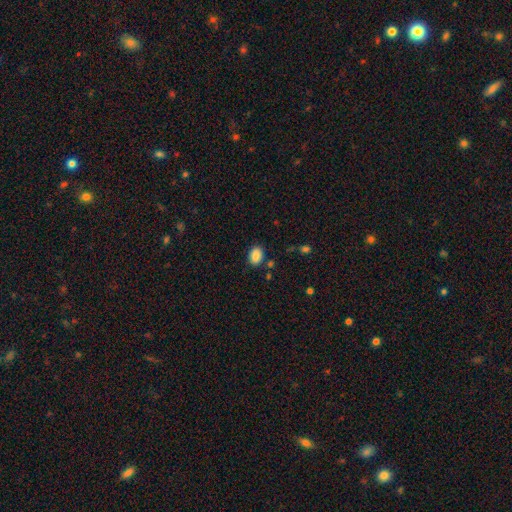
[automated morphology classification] The model was most divided on "how rounded": in between: 78%, round: 21%, cigar-shaped: 1%. More confident: smooth or featured — smooth (87%); merging — none (82%).